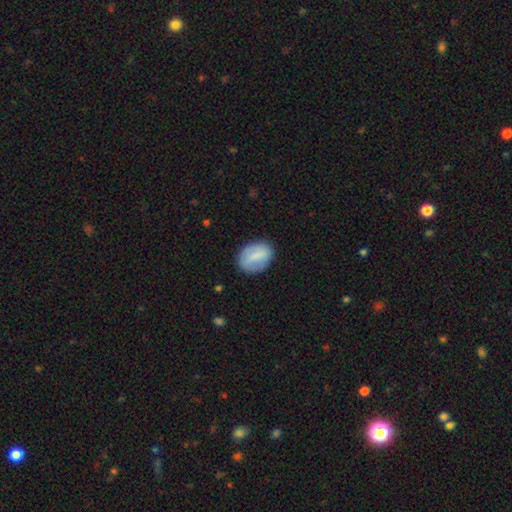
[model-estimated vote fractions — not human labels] The model was most divided on "smooth or featured": smooth: 69%, featured or disk: 25%, star or artifact: 7%. More confident: merging — none (80%); how rounded — in between (74%).